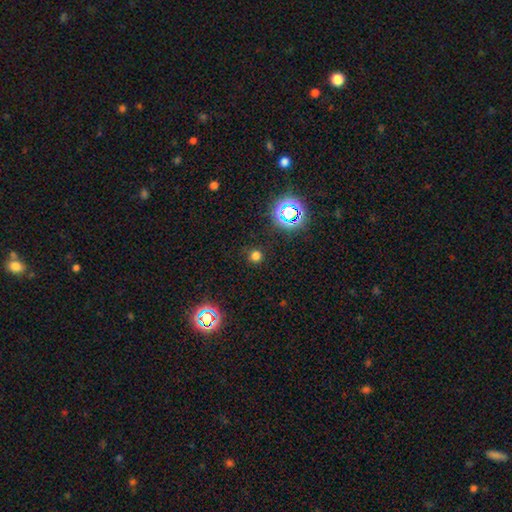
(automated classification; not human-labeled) Smooth or featured? smooth (69%)
How rounded? round (93%)
Merging? none (88%)